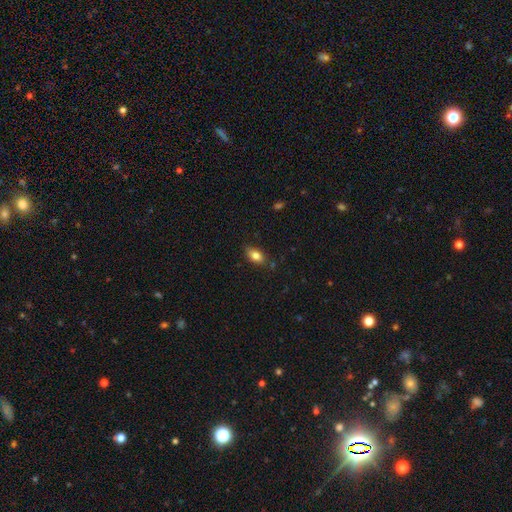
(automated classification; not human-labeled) Smooth or featured: smooth — 81% (featured or disk — 11%)
How rounded: in between — 87% (round — 7%)
Merging: none — 79% (minor disturbance — 16%)